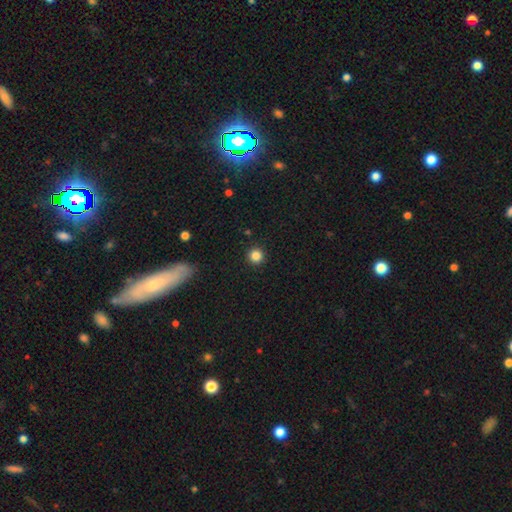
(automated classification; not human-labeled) The model was most divided on "smooth or featured": smooth: 85%, star or artifact: 12%, featured or disk: 4%. More confident: how rounded — round (95%); merging — none (93%).